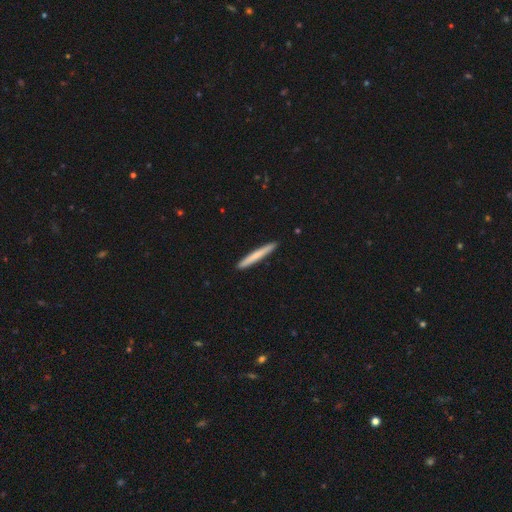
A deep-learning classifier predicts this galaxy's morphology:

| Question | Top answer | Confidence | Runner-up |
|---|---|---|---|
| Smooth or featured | smooth | 66% | featured or disk (29%) |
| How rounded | cigar-shaped | 97% | in between (2%) |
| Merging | none | 92% | minor disturbance (6%) |